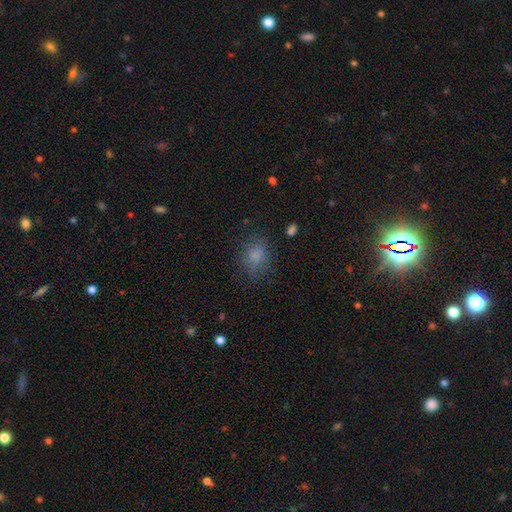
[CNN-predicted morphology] smooth 78%, star or artifact 14%, featured or disk 9%. Down the decision tree: how rounded — round (54%); merging — none (73%).